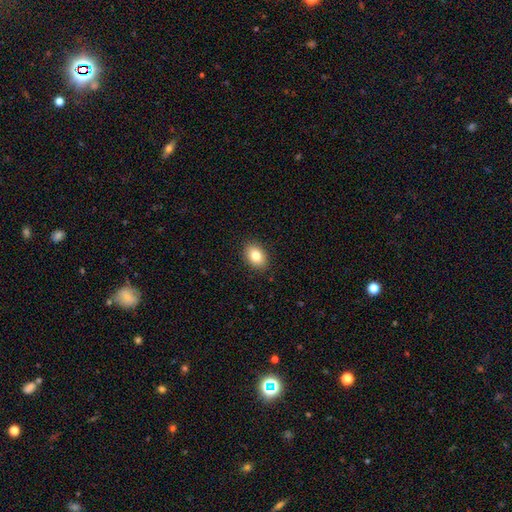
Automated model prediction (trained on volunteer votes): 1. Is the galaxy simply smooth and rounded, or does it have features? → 81% smooth, 10% featured or disk, 9% star or artifact.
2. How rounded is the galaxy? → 74% in between, 25% round, 1% cigar-shaped.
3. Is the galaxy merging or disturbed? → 89% none, 8% minor disturbance, 2% major disturbance, 1% merger.